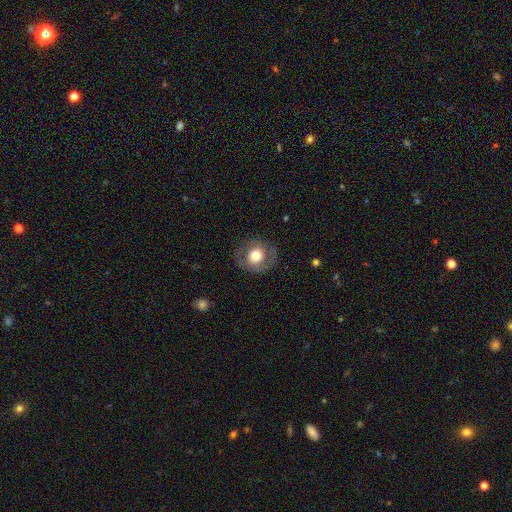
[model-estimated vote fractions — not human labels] The model was most divided on "smooth or featured": smooth: 61%, featured or disk: 31%, star or artifact: 8%. More confident: how rounded — round (81%); merging — none (79%).